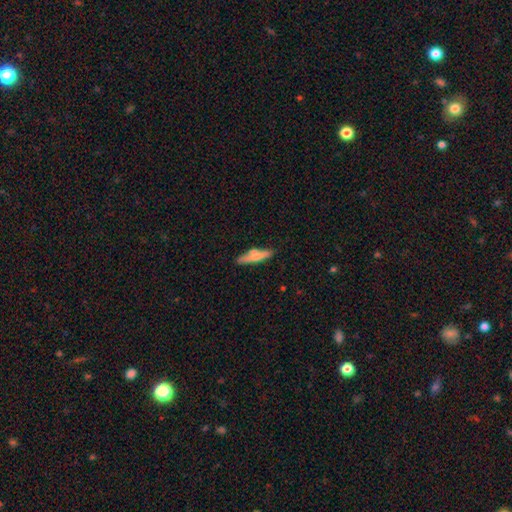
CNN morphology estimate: Smooth or featured? Predicted: smooth (p=0.67). How rounded? Predicted: cigar-shaped (p=0.79). Merging? Predicted: none (p=0.70).